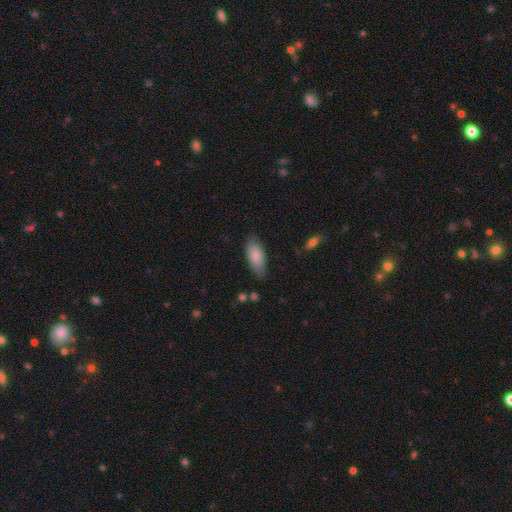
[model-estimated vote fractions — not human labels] A smooth galaxy with no disk features (82%) that is in between round and cigar-shaped (86%). Merging: none (74%).